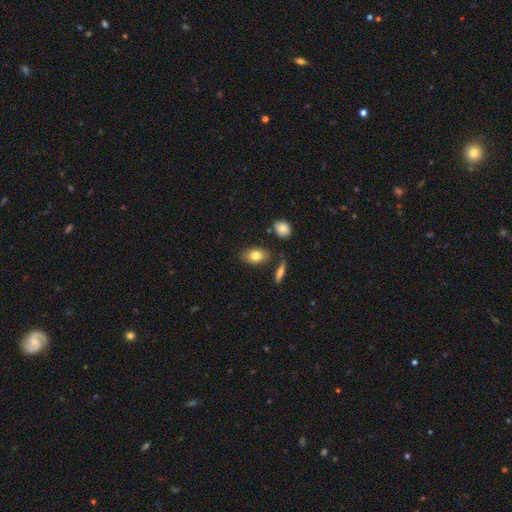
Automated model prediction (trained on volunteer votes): The model was most divided on "merging": none: 78%, minor disturbance: 13%, merger: 6%, major disturbance: 3%. More confident: how rounded — in between (88%); smooth or featured — smooth (79%).